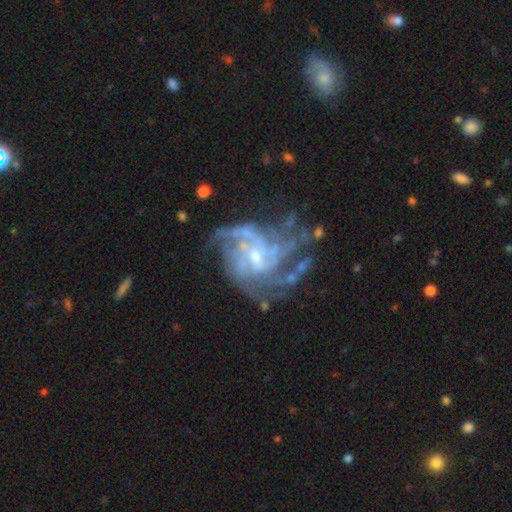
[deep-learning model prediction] Overall: featured or disk (88%). Edge-on disk: no (98%). Bar: no (47%; weak 43%). Spiral arms: yes (94%). Spiral arm count: 4 (28%; can't tell 25%). Spiral winding: medium (45%; tight 37%). Bulge size: small (61%; moderate 32%). Merging: none (53%; major disturbance 24%).